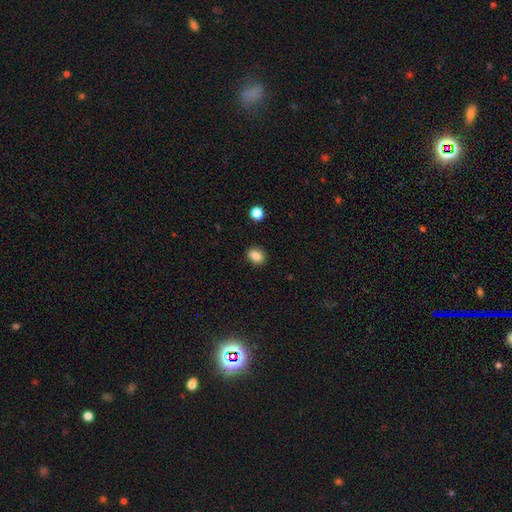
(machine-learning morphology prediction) This is clearly a smooth galaxy (84%). How rounded: possibly in between (60%). Merging: clearly none (89%).